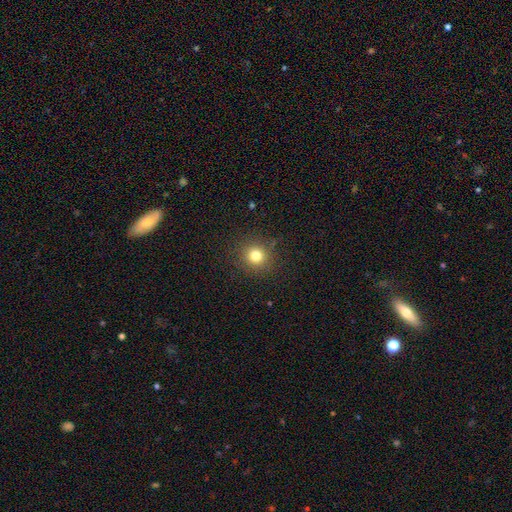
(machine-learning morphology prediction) Overall: smooth (79%). How rounded: round (93%). Merging: none (90%).